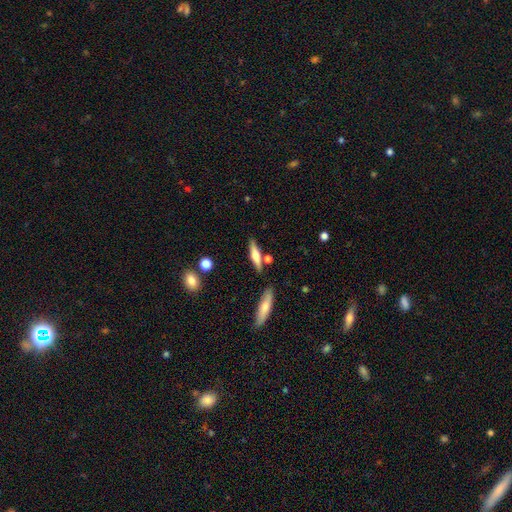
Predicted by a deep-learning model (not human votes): Smooth or featured? Predicted: smooth (p=0.48). Merging? Predicted: none (p=0.78).